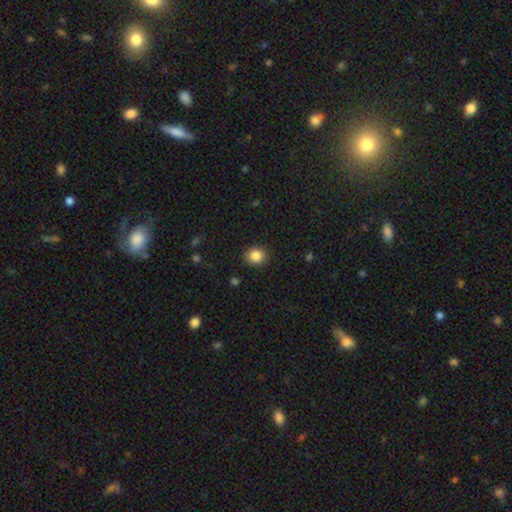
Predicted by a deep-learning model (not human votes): Smooth or featured: smooth — 86% (star or artifact — 10%)
How rounded: round — 78% (in between — 21%)
Merging: none — 89% (minor disturbance — 8%)